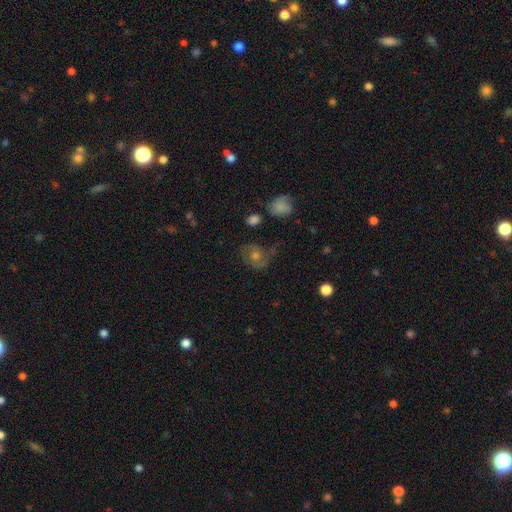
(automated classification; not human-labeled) A featured or disk galaxy (53%) with no bar (76%), spiral arms (82%) and a moderate central bulge (64%). Merging: none (59%).